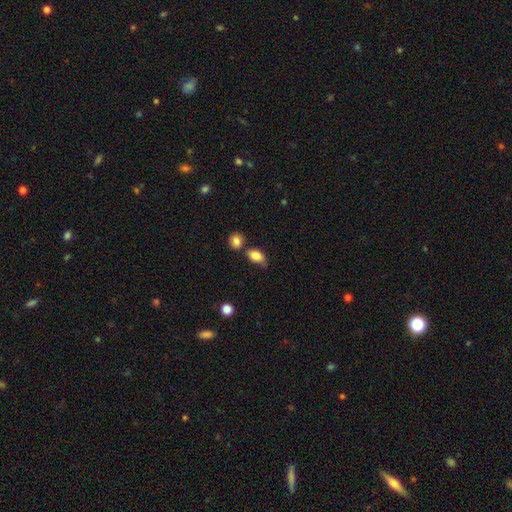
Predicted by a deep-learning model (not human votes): Q: Smooth or featured?
A: smooth (84%); runner-up: star or artifact (8%)
Q: How rounded?
A: in between (84%); runner-up: round (14%)
Q: Merging?
A: none (51%); runner-up: minor disturbance (24%)